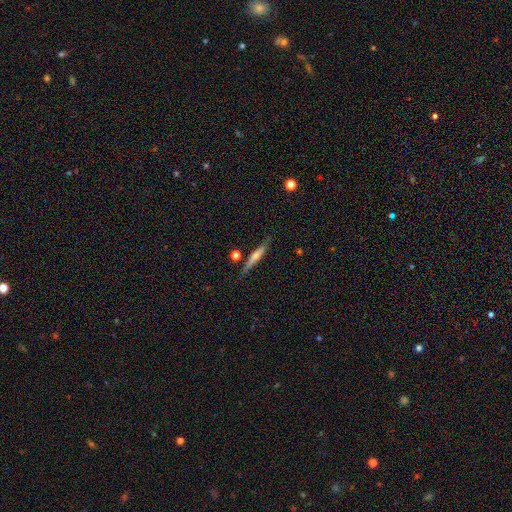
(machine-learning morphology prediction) Smooth or featured? featured or disk (52%)
Edge-on disk? yes (91%)
Merging? none (75%)